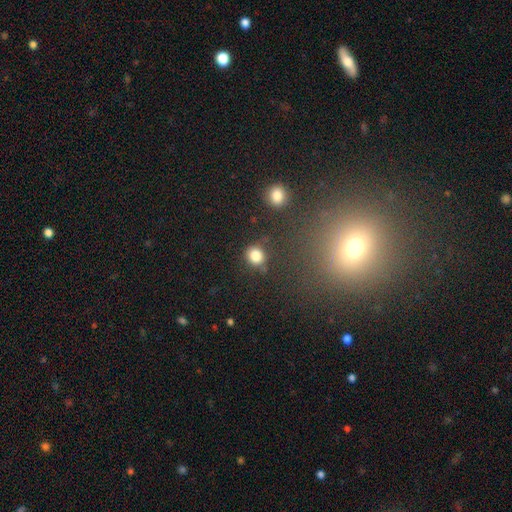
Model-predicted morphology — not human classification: Smooth or featured: smooth — 83% (star or artifact — 12%)
How rounded: round — 77% (in between — 22%)
Merging: none — 73% (minor disturbance — 17%)